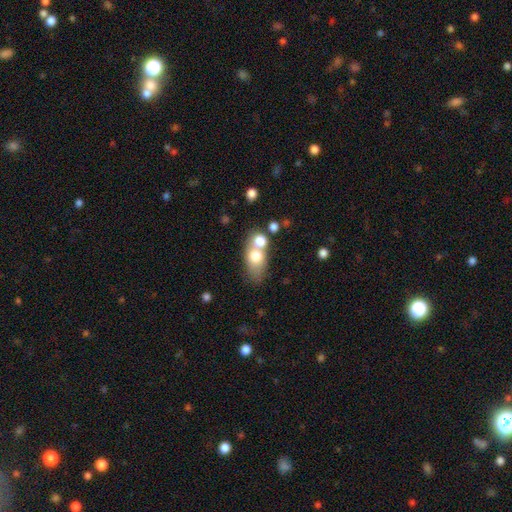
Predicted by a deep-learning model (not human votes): smooth-or-featured: smooth: 70% | featured or disk: 20% | star or artifact: 10%
  how-rounded: in between: 71% | round: 23% | cigar-shaped: 6%
  merging: merger: 44% | none: 37% | minor disturbance: 12% | major disturbance: 7%